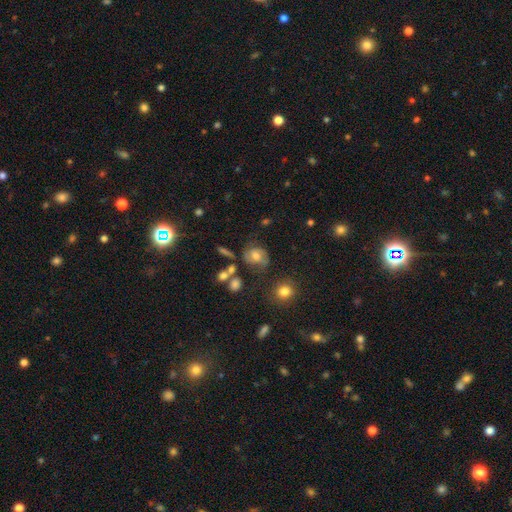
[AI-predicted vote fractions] smooth-or-featured: smooth: 48% | featured or disk: 39% | star or artifact: 13%
  merging: none: 55% | minor disturbance: 23% | major disturbance: 14% | merger: 8%